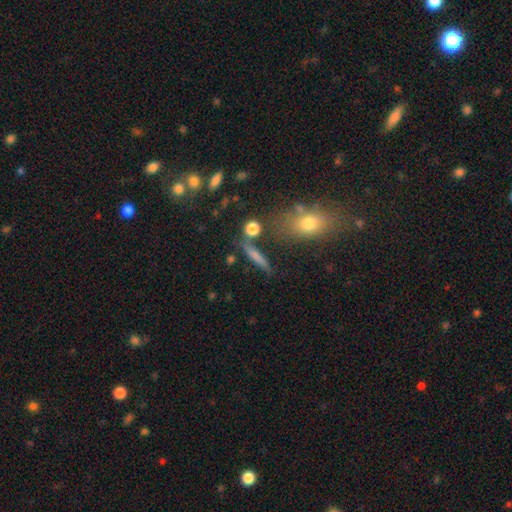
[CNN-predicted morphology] Q: Smooth or featured?
A: smooth (66%); runner-up: featured or disk (23%)
Q: How rounded?
A: cigar-shaped (78%); runner-up: in between (12%)
Q: Merging?
A: none (74%); runner-up: minor disturbance (12%)